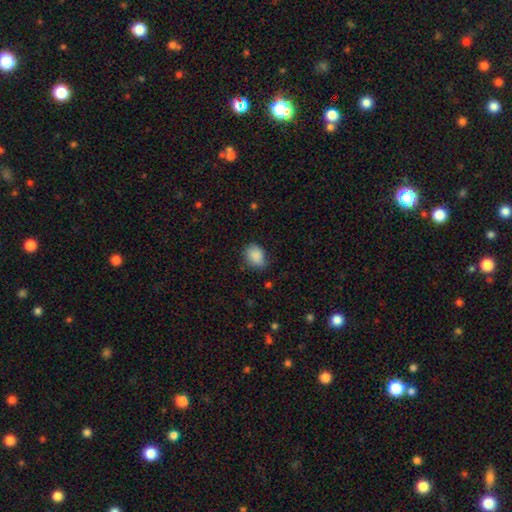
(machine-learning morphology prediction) smooth_or_featured: smooth (p=0.87) [alt: star or artifact p=0.07]
how_rounded: in between (p=0.67) [alt: round p=0.32]
merging: none (p=0.67) [alt: minor disturbance p=0.26]